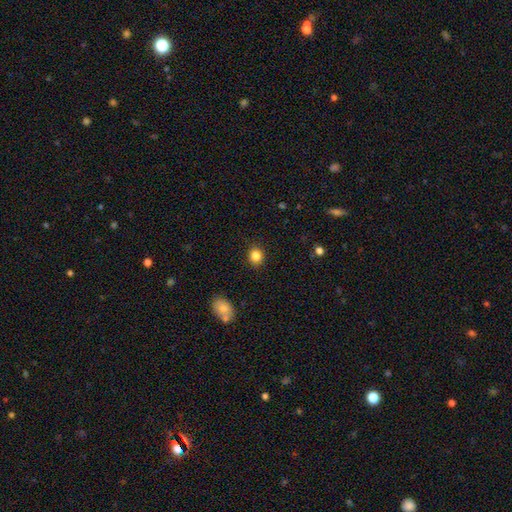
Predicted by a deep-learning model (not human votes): A smooth galaxy with no disk features (84%) that is round (83%).

Vote fractions:
- Smooth or featured? smooth: 84% / star or artifact: 11% / featured or disk: 5%
- How rounded? round: 83% / in between: 16% / cigar-shaped: 1%
- Merging? none: 90% / minor disturbance: 7% / major disturbance: 2% / merger: 1%